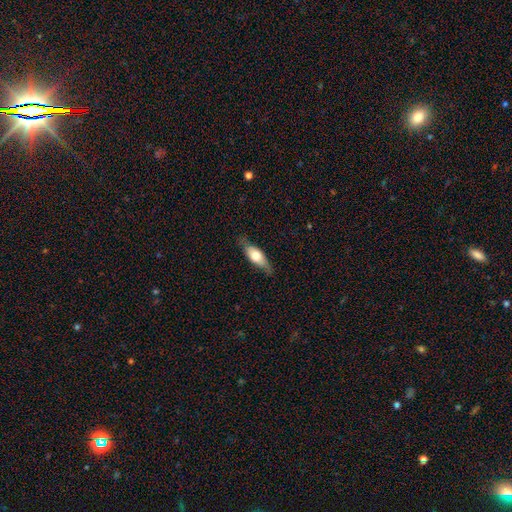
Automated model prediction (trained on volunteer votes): This is possibly a smooth galaxy (59%). How rounded: likely in between (63%). Merging: likely none (74%).